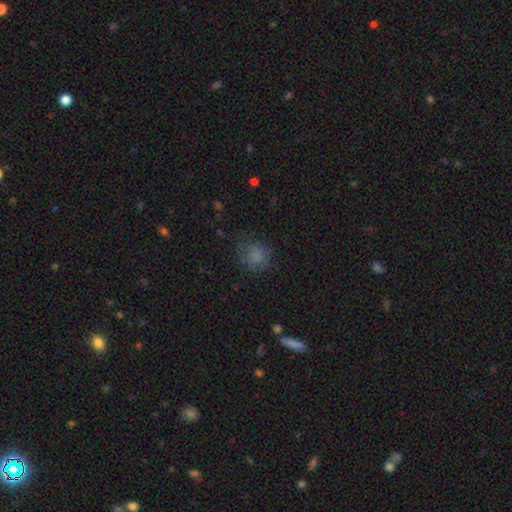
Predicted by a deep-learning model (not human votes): Overall: smooth (80%). How rounded: round (76%). Merging: none (73%).